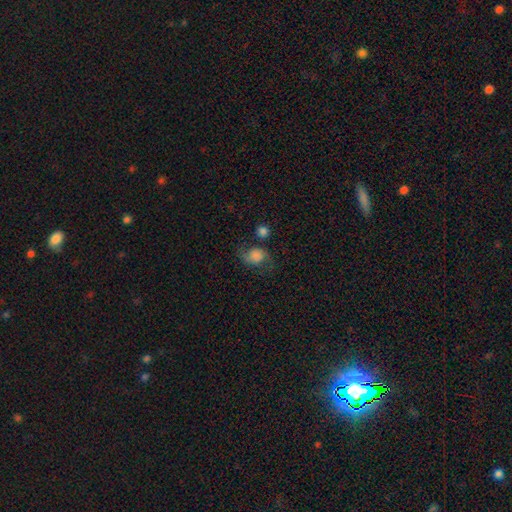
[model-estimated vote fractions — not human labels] This is possibly a smooth galaxy (54%). How rounded: likely round (61%). Merging: possibly none (51%).